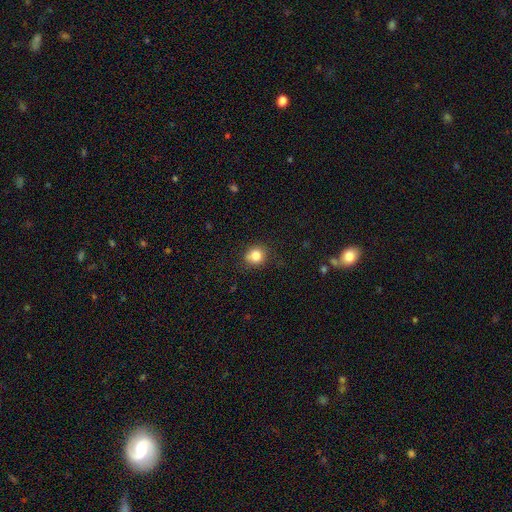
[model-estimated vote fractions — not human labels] Smooth or featured? Predicted: smooth (p=0.82). How rounded? Predicted: round (p=0.78). Merging? Predicted: none (p=0.76).